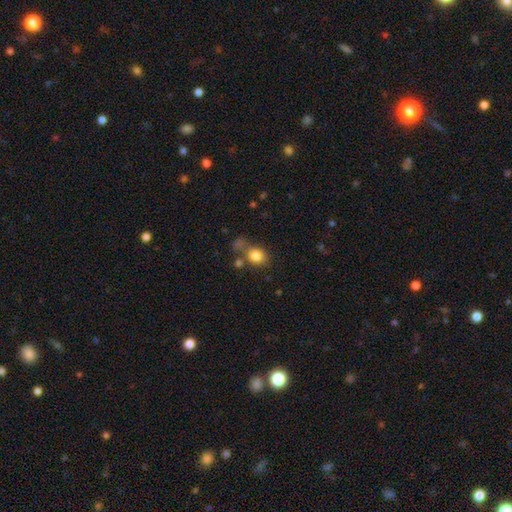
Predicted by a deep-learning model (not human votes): smooth-or-featured: smooth: 82% | star or artifact: 10% | featured or disk: 8%
  how-rounded: round: 60% | in between: 39% | cigar-shaped: 1%
  merging: none: 56% | merger: 18% | minor disturbance: 17% | major disturbance: 9%